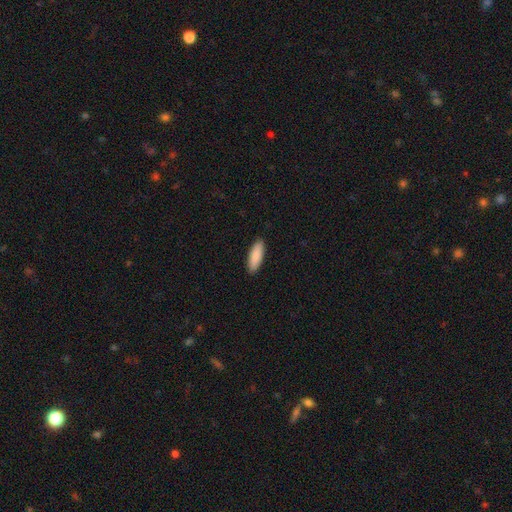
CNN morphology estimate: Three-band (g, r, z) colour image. It shows a smooth galaxy with no disk features (90%) that is in between round and cigar-shaped (63%). Merging: none (90%).